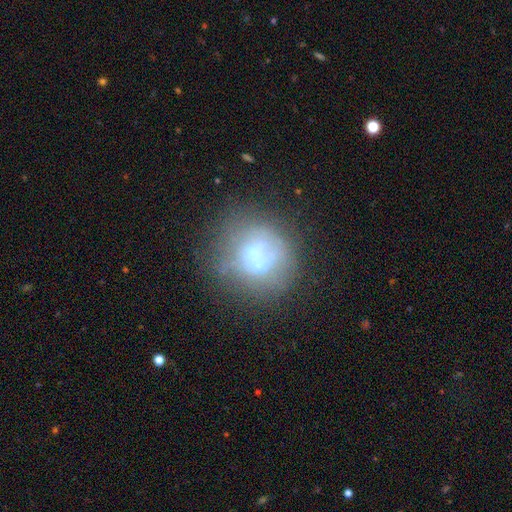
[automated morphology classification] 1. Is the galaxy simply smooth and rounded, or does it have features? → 44% featured or disk, 41% smooth, 15% star or artifact.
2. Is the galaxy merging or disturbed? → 49% none, 18% minor disturbance, 17% merger, 16% major disturbance.